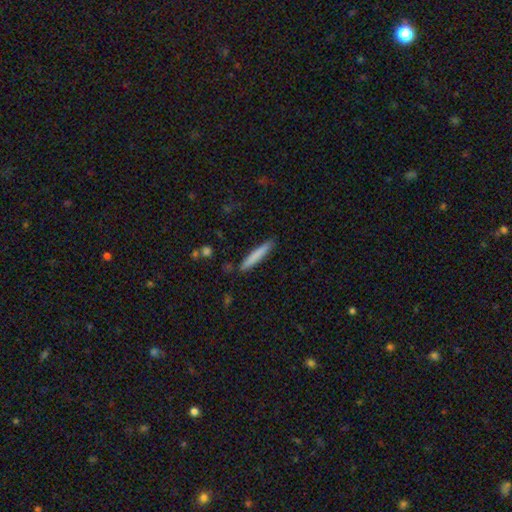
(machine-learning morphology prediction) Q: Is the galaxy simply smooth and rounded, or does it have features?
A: smooth — 78%.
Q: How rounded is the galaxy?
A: cigar-shaped — 94%.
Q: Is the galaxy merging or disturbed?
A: none — 88%.